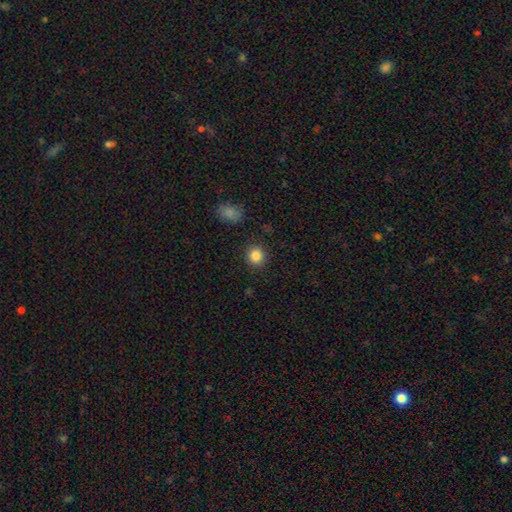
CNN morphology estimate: The model was most divided on "smooth or featured": smooth: 85%, star or artifact: 10%, featured or disk: 4%. More confident: merging — none (89%); how rounded — round (88%).